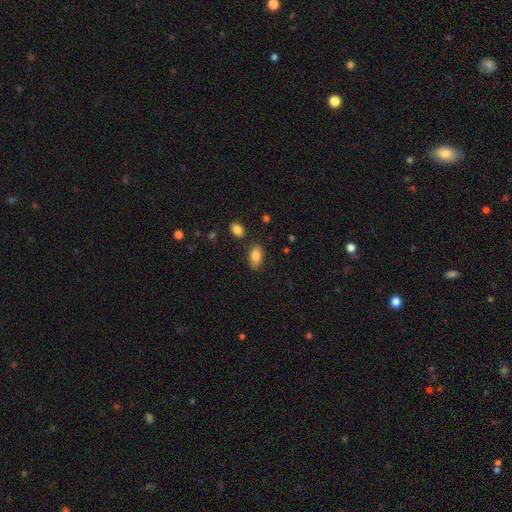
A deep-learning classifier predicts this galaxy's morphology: This is clearly a smooth galaxy (83%). How rounded: clearly in between (91%). Merging: likely none (79%).